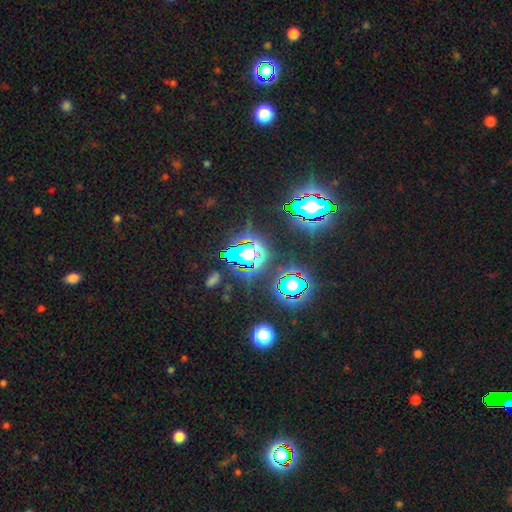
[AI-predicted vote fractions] This appears to be a star or artifact, not a galaxy (77%).